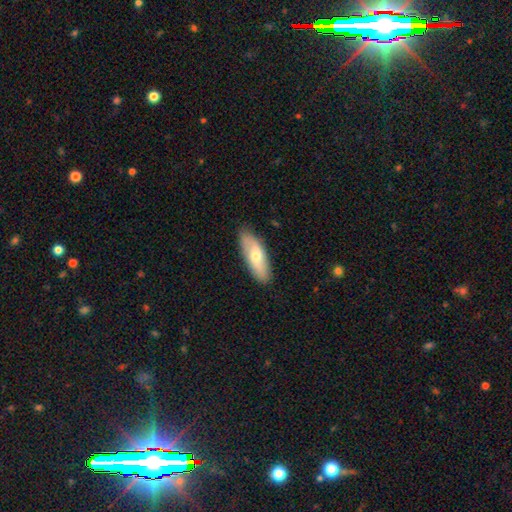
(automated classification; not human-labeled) Smooth or featured? Predicted: smooth (p=0.61). How rounded? Predicted: in between (p=0.64). Merging? Predicted: none (p=0.85).